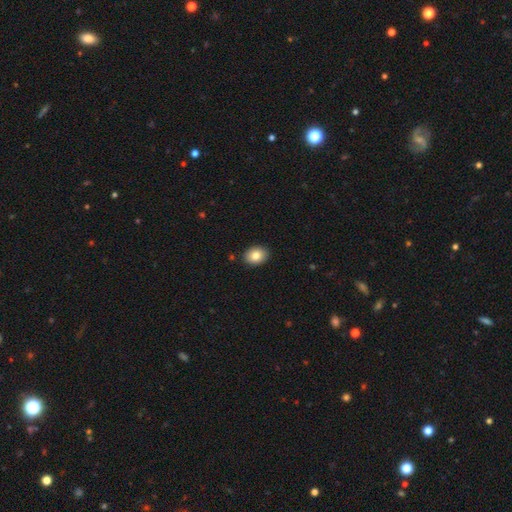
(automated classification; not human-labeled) This is clearly a smooth galaxy (82%). How rounded: likely in between (68%). Merging: clearly none (89%).